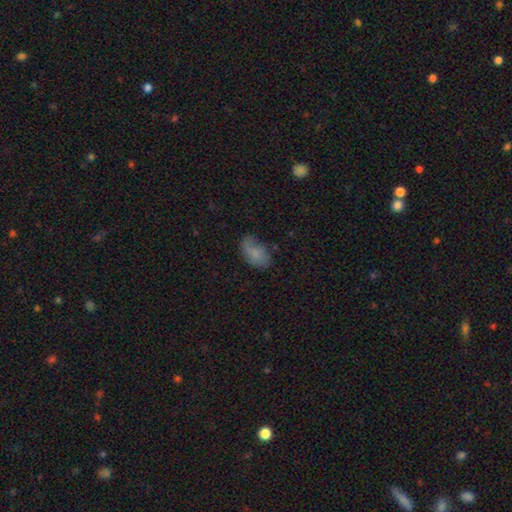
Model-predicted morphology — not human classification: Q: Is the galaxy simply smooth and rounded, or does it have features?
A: smooth — 57%.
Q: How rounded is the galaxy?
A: in between — 87%.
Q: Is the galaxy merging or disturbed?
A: none — 66%.